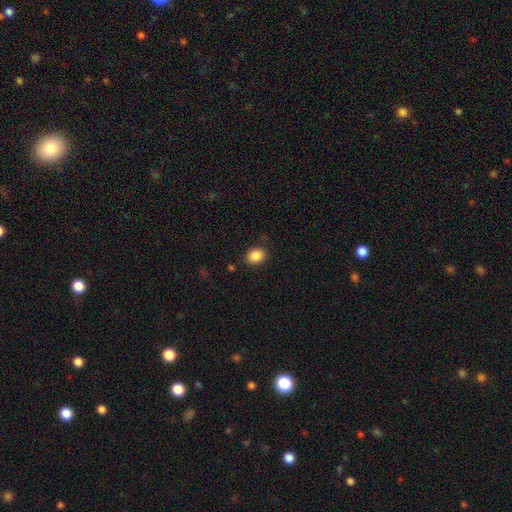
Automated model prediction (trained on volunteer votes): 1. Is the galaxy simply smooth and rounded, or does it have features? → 88% smooth, 9% star or artifact, 4% featured or disk.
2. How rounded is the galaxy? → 58% in between, 41% round, 1% cigar-shaped.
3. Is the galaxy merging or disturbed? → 85% none, 10% minor disturbance, 3% major disturbance, 2% merger.